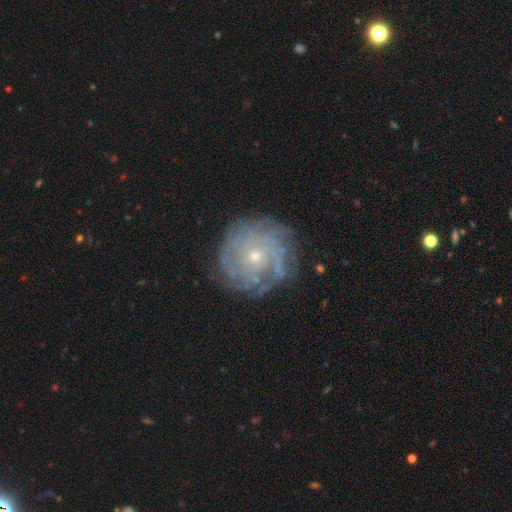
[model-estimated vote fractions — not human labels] featured or disk 79%, smooth 13%, star or artifact 8%. Down the decision tree: edge-on disk — no (97%); bar — no (82%); spiral arms — yes (89%); spiral arm count — can't tell (46%); spiral winding — tight (73%); bulge size — small (63%); merging — none (77%).